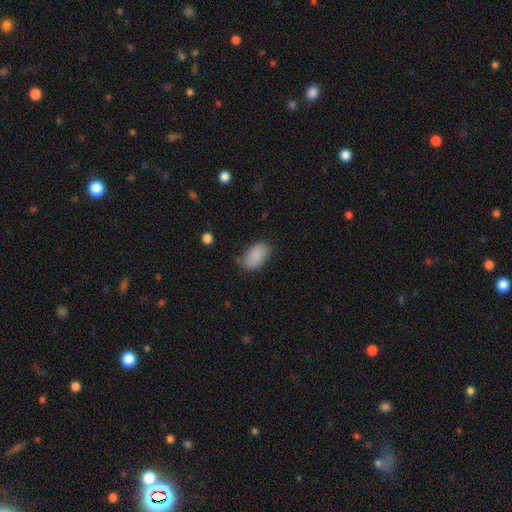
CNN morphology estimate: A smooth galaxy with no disk features (87%) that is in between round and cigar-shaped (94%). Merging: none (79%).